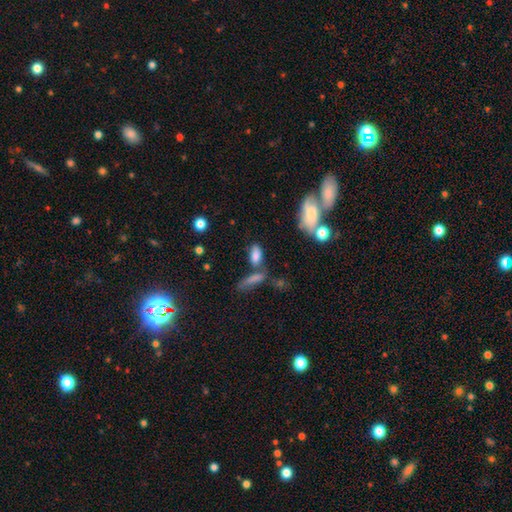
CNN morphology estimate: smooth_or_featured: smooth (p=0.79) [alt: featured or disk p=0.12]
how_rounded: in between (p=0.78) [alt: cigar-shaped p=0.17]
merging: none (p=0.50) [alt: merger p=0.29]